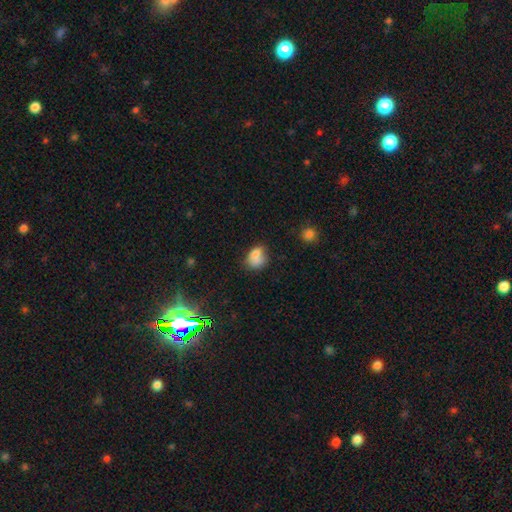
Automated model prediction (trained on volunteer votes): Smooth or featured? Predicted: smooth (p=0.76). How rounded? Predicted: in between (p=0.62). Merging? Predicted: none (p=0.40).